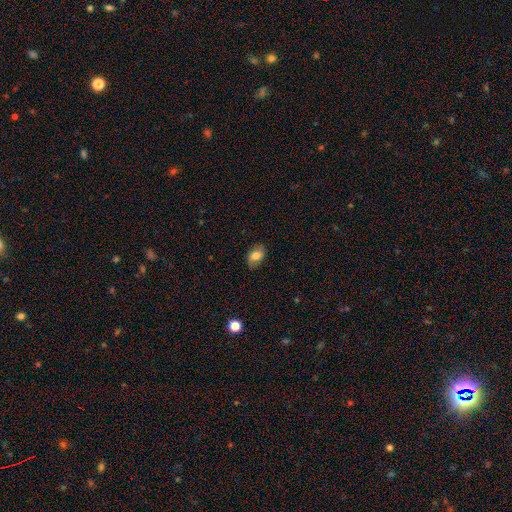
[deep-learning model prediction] Smooth or featured? Predicted: smooth (p=0.70). How rounded? Predicted: in between (p=0.85). Merging? Predicted: none (p=0.79).